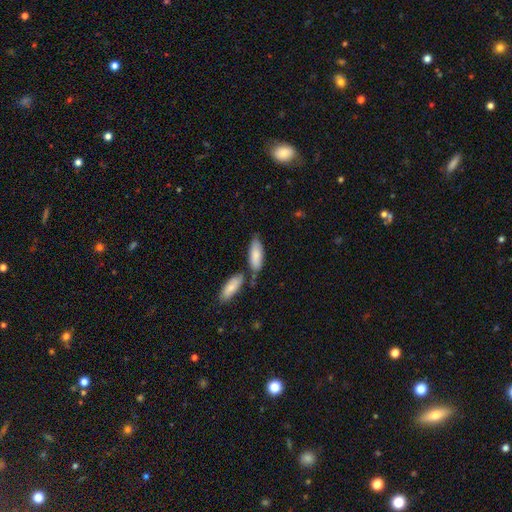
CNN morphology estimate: Smooth or featured? Predicted: smooth (p=0.80). How rounded? Predicted: in between (p=0.74). Merging? Predicted: none (p=0.54).